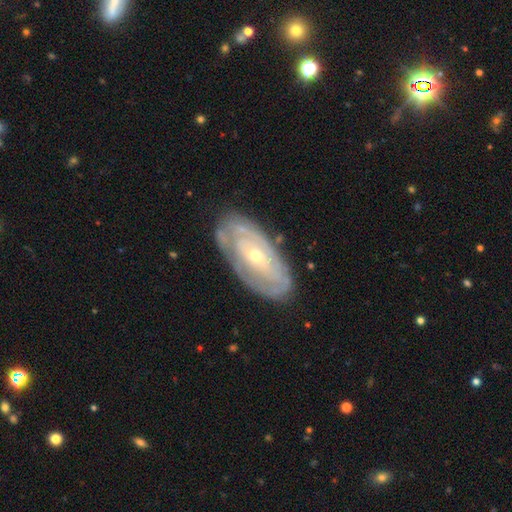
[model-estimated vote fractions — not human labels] Overall: featured or disk (77%). Edge-on disk: no (91%). Bar: no (69%). Spiral arms: yes (71%). Spiral arm count: can't tell (57%; 2 23%). Spiral winding: tight (75%). Bulge size: small (68%; moderate 29%). Merging: none (77%).